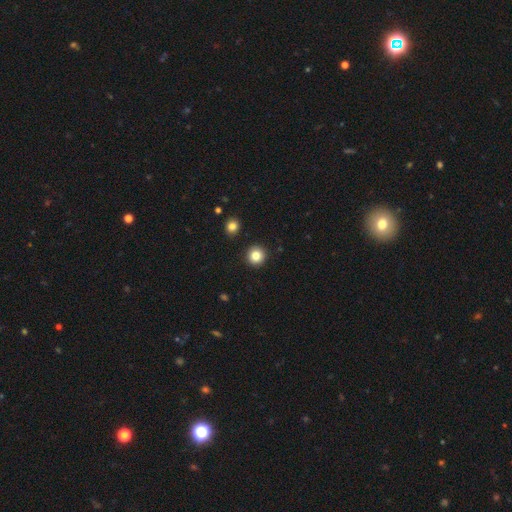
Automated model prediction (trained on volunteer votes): The model was most divided on "smooth or featured": smooth: 84%, star or artifact: 11%, featured or disk: 6%. More confident: how rounded — round (95%); merging — none (92%).